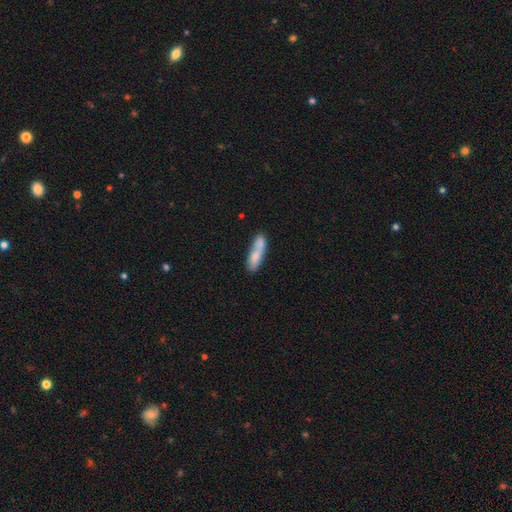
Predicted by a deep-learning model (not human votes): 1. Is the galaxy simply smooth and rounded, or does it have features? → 73% smooth, 20% featured or disk, 7% star or artifact.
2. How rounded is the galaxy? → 58% cigar-shaped, 40% in between, 2% round.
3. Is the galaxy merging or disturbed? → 43% none, 34% merger, 17% minor disturbance, 6% major disturbance.